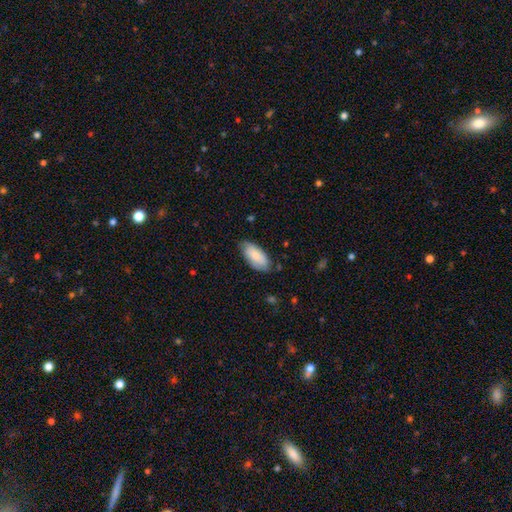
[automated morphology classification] The model was most divided on "merging": none: 75%, minor disturbance: 21%, major disturbance: 3%, merger: 1%. More confident: how rounded — in between (91%); smooth or featured — smooth (81%).